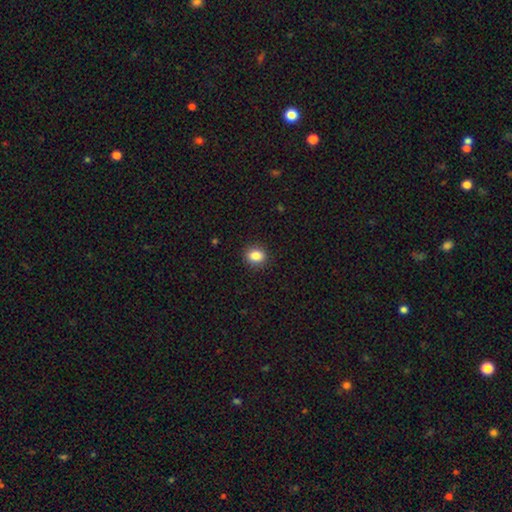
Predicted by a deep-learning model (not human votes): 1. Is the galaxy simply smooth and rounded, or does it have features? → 86% smooth, 10% star or artifact, 4% featured or disk.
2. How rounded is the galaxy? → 59% round, 40% in between, 1% cigar-shaped.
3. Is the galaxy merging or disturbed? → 90% none, 7% minor disturbance, 2% major disturbance, 1% merger.